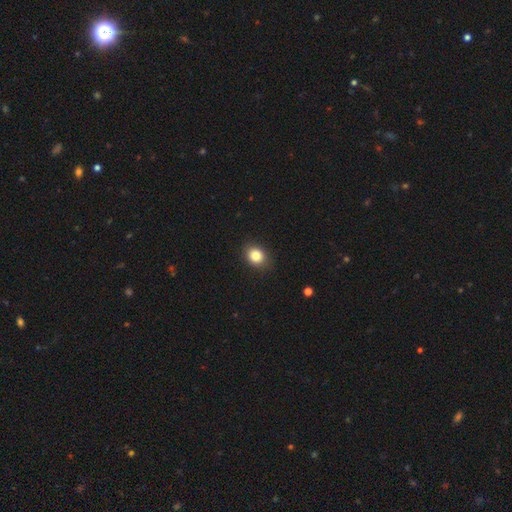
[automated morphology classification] A smooth galaxy with no disk features (84%) that is round (56%).

Vote fractions:
- Smooth or featured? smooth: 84% / star or artifact: 10% / featured or disk: 6%
- How rounded? round: 56% / in between: 43% / cigar-shaped: 1%
- Merging? none: 86% / minor disturbance: 11% / major disturbance: 2% / merger: 1%